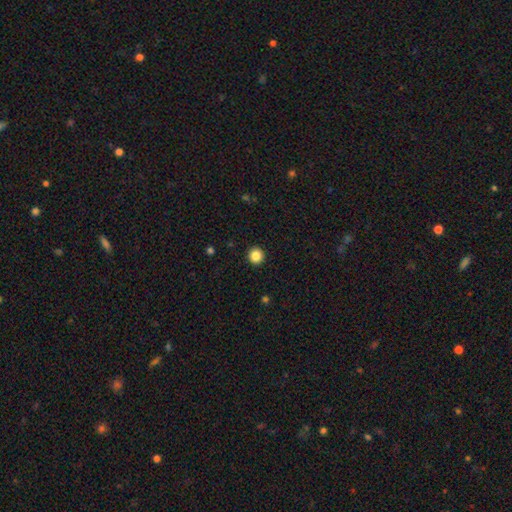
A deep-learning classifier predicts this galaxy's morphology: Q: Smooth or featured?
A: smooth (86%); runner-up: star or artifact (10%)
Q: How rounded?
A: round (95%); runner-up: in between (4%)
Q: Merging?
A: none (93%); runner-up: minor disturbance (4%)